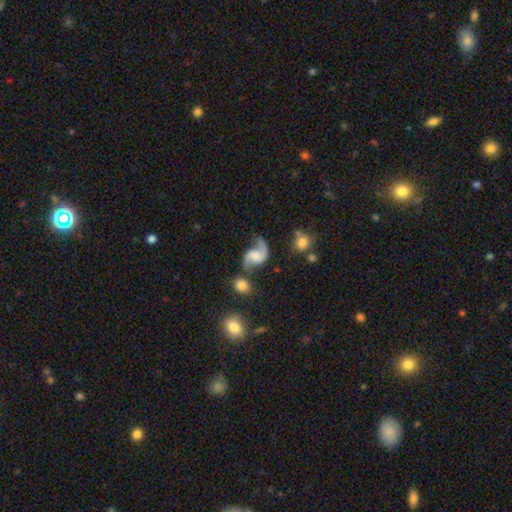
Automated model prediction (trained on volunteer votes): smooth_or_featured: featured or disk (p=0.85) [alt: smooth p=0.09]
disk_edge_on: no (p=0.98) [alt: yes p=0.02]
bar: no (p=0.47) [alt: weak p=0.41]
has_spiral_arms: yes (p=0.96) [alt: no p=0.04]
spiral_winding: loose (p=0.68) [alt: medium p=0.27]
spiral_arm_count: 2 (p=0.92) [alt: 1 p=0.03]
bulge_size: none (p=0.32) [alt: moderate p=0.30]
merging: none (p=0.59) [alt: minor disturbance p=0.17]